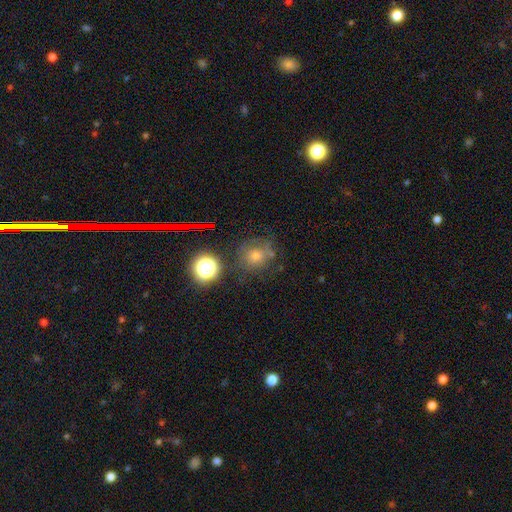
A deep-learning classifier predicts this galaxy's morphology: Overall: smooth (50%; star or artifact 30%). Merging: none (68%).